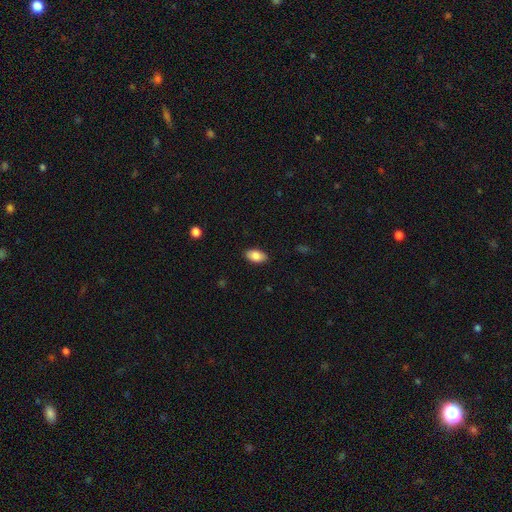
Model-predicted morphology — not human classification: smooth_or_featured: smooth (p=0.85) [alt: featured or disk p=0.08]
how_rounded: in between (p=0.93) [alt: round p=0.04]
merging: none (p=0.89) [alt: minor disturbance p=0.09]